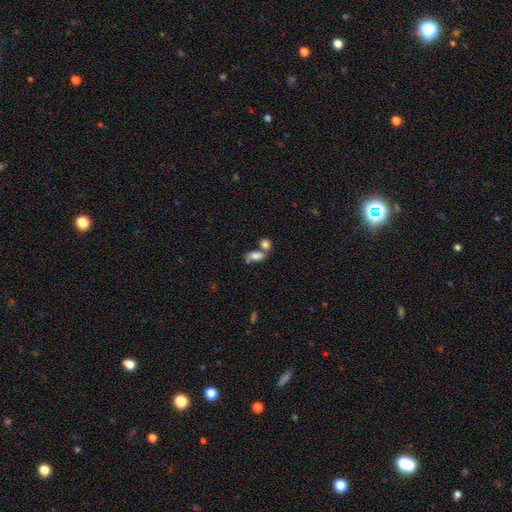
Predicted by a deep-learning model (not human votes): smooth-or-featured: smooth: 70% | featured or disk: 20% | star or artifact: 10%
  how-rounded: in between: 84% | round: 11% | cigar-shaped: 5%
  merging: merger: 43% | none: 34% | minor disturbance: 14% | major disturbance: 8%